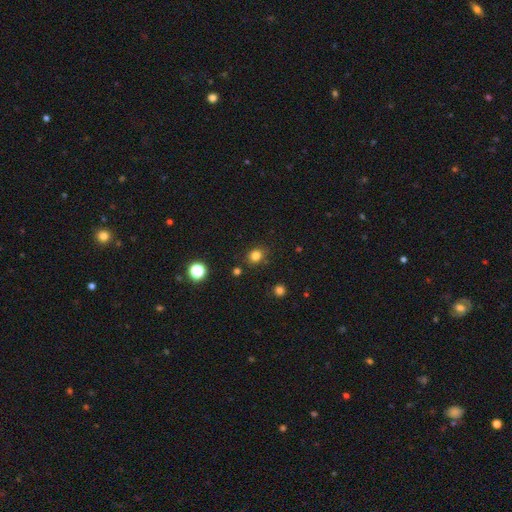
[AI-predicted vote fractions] The model was most divided on "how rounded": round: 69%, in between: 30%, cigar-shaped: 1%. More confident: merging — none (83%); smooth or featured — smooth (81%).